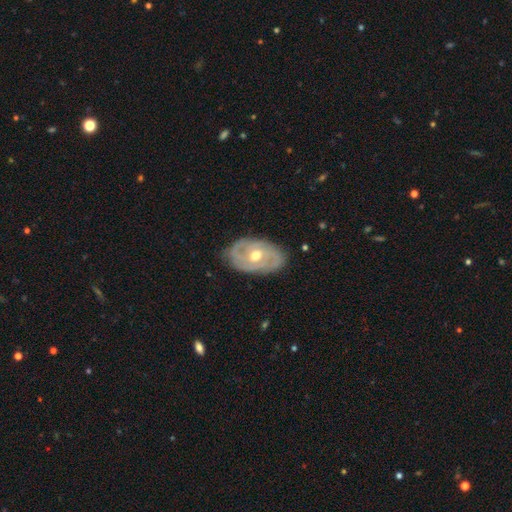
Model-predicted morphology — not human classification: Smooth or featured? Predicted: featured or disk (p=0.77). Edge-on disk? Predicted: no (p=0.93). Bar? Predicted: no (p=0.66). Spiral arms? Predicted: yes (p=0.76). Spiral winding? Predicted: tight (p=0.59). Spiral arm count? Predicted: 2 (p=0.43). Bulge size? Predicted: moderate (p=0.75). Merging? Predicted: none (p=0.80).